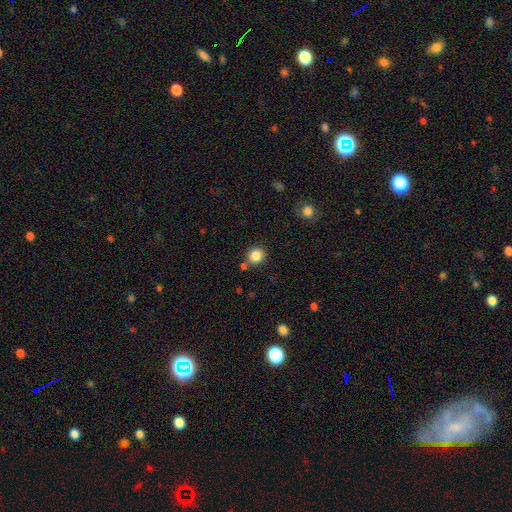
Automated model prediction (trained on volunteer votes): A smooth galaxy with no disk features (85%) that is round (85%).

Vote fractions:
- Smooth or featured? smooth: 85% / star or artifact: 10% / featured or disk: 4%
- How rounded? round: 85% / in between: 14% / cigar-shaped: 1%
- Merging? none: 80% / minor disturbance: 9% / merger: 8% / major disturbance: 3%